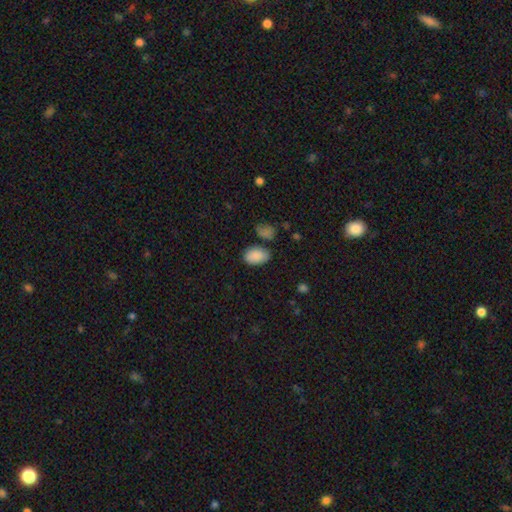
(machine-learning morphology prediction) Smooth or featured: smooth — 88% (star or artifact — 8%)
How rounded: in between — 91% (round — 8%)
Merging: none — 74% (minor disturbance — 16%)